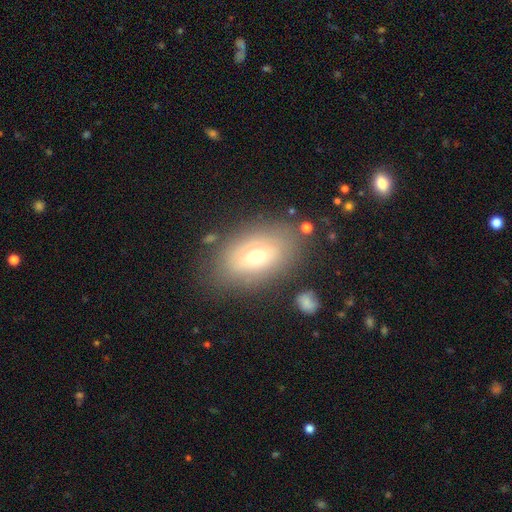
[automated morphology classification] Smooth or featured?
  - smooth: 58% *
  - featured or disk: 31%
  - star or artifact: 11%
How rounded?
  - in between: 88% *
  - round: 10%
  - cigar-shaped: 2%
Merging?
  - none: 79% *
  - minor disturbance: 13%
  - major disturbance: 5%
  - merger: 3%